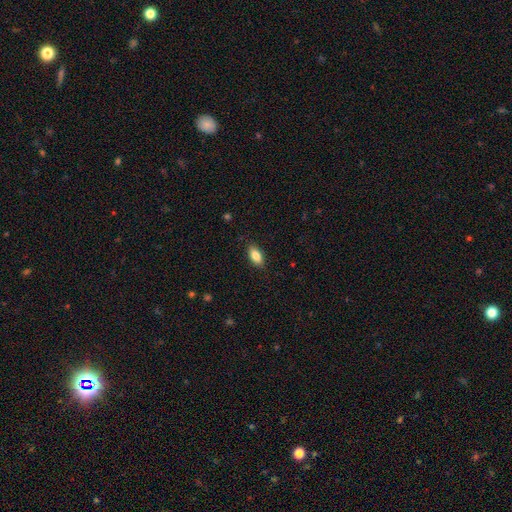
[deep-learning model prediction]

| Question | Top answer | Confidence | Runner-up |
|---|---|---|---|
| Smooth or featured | smooth | 83% | featured or disk (9%) |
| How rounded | in between | 89% | cigar-shaped (7%) |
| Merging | none | 88% | minor disturbance (9%) |